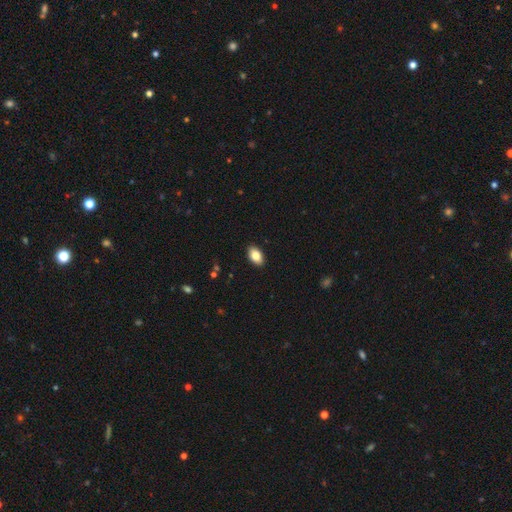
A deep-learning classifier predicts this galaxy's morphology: Smooth or featured? smooth (83%)
How rounded? in between (92%)
Merging? none (90%)